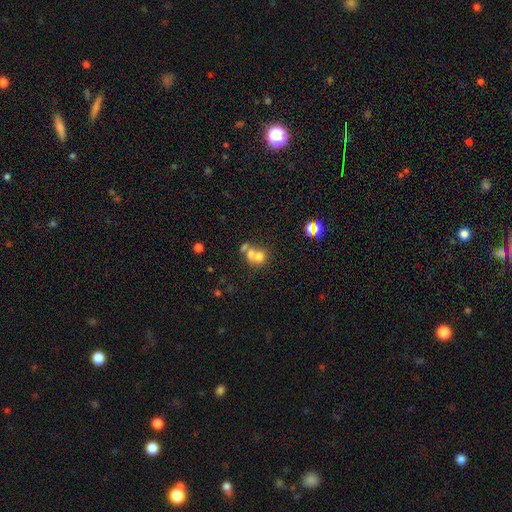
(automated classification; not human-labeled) smooth-or-featured: smooth: 63% | featured or disk: 21% | star or artifact: 17%
  how-rounded: round: 74% | in between: 25% | cigar-shaped: 1%
  merging: merger: 57% | none: 31% | minor disturbance: 7% | major disturbance: 5%